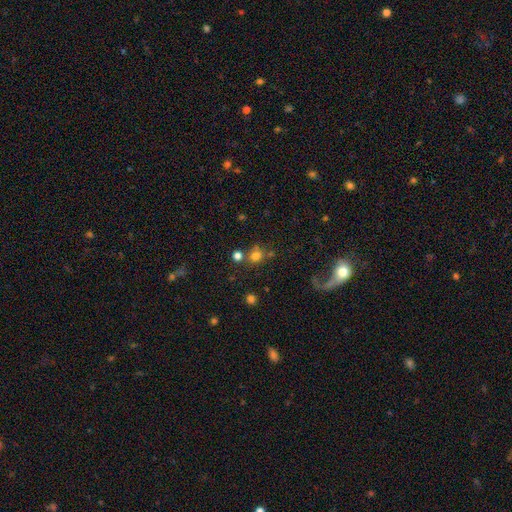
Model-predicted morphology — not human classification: This is likely a smooth galaxy (73%). How rounded: clearly round (83%). Merging: likely none (65%).